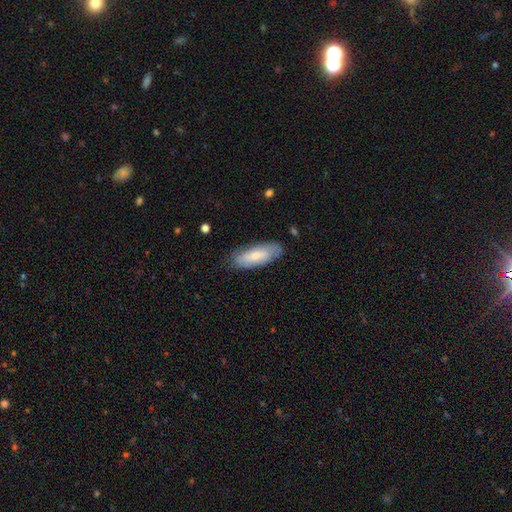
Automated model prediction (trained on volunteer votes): smooth_or_featured: smooth (p=0.64) [alt: featured or disk p=0.30]
how_rounded: in between (p=0.71) [alt: cigar-shaped p=0.27]
merging: none (p=0.78) [alt: minor disturbance p=0.17]